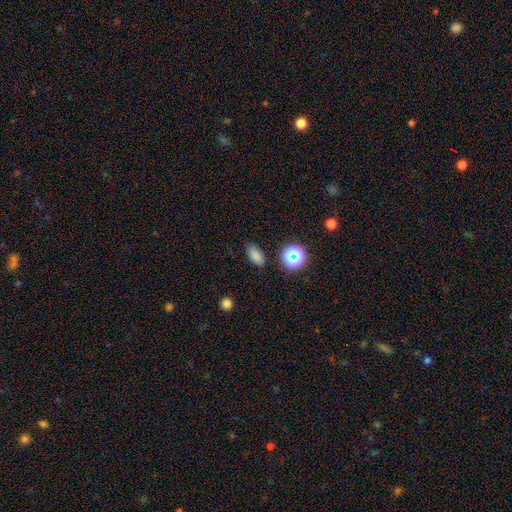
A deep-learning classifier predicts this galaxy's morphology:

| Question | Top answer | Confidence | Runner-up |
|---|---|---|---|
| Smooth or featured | smooth | 78% | star or artifact (16%) |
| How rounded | in between | 86% | round (9%) |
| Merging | none | 84% | minor disturbance (11%) |